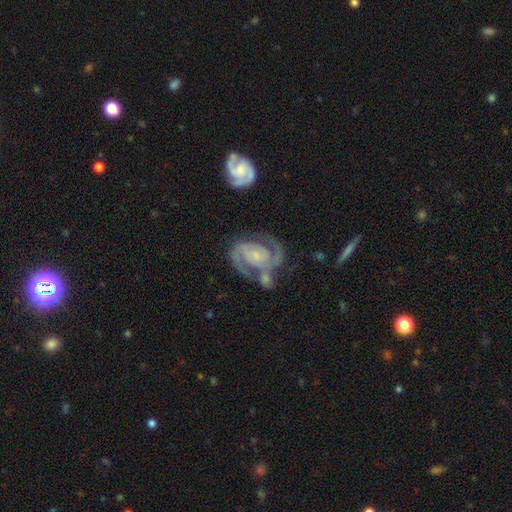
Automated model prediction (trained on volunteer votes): Smooth or featured? Predicted: featured or disk (p=0.90). Edge-on disk? Predicted: no (p=0.98). Bar? Predicted: no (p=0.58). Spiral arms? Predicted: yes (p=0.98). Spiral winding? Predicted: tight (p=0.49). Spiral arm count? Predicted: 2 (p=0.89). Bulge size? Predicted: small (p=0.60). Merging? Predicted: none (p=0.53).